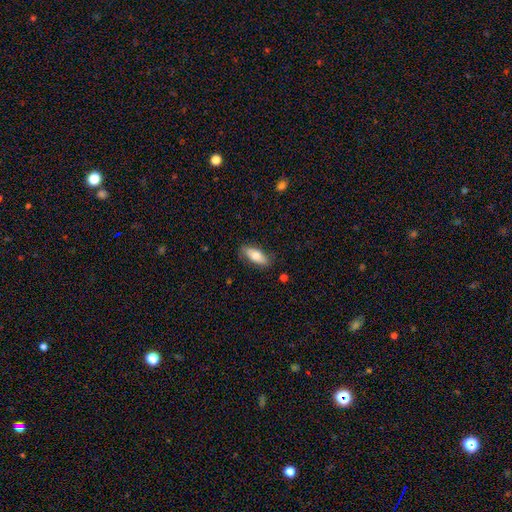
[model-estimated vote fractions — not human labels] Q: Smooth or featured?
A: smooth (72%); runner-up: featured or disk (22%)
Q: How rounded?
A: in between (79%); runner-up: cigar-shaped (18%)
Q: Merging?
A: none (81%); runner-up: minor disturbance (15%)